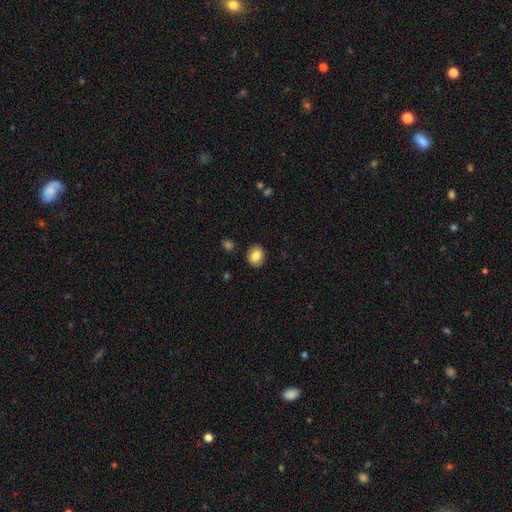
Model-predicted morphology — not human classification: Smooth or featured? Predicted: smooth (p=0.83). How rounded? Predicted: round (p=0.57). Merging? Predicted: none (p=0.89).